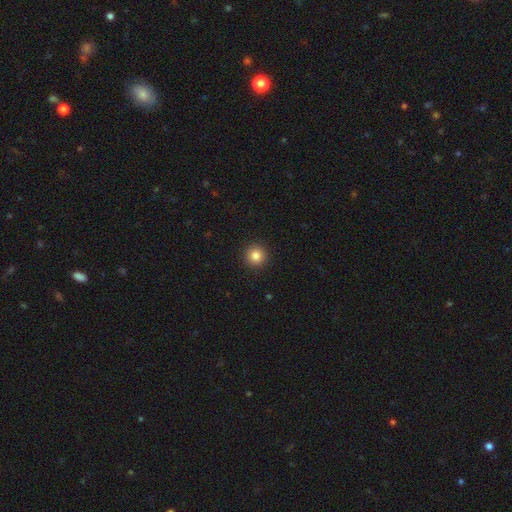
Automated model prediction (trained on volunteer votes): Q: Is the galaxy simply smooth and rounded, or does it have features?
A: smooth — 84%.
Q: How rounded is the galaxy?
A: round — 95%.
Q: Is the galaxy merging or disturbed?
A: none — 93%.